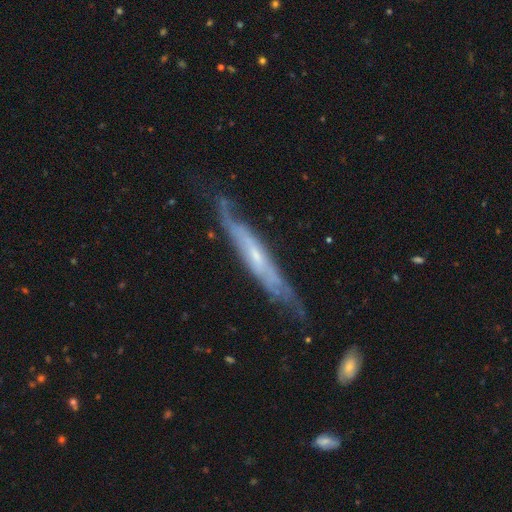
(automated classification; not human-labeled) A featured or disk galaxy (76%) viewed edge-on (65%). Merging: none (64%).